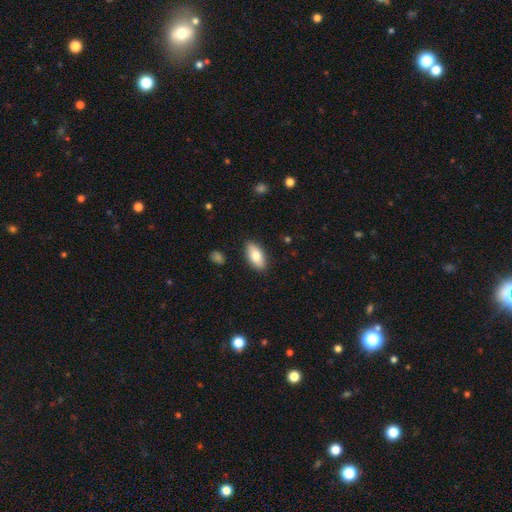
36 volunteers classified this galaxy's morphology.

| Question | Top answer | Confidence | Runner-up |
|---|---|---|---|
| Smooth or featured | smooth | 89% | featured or disk (8%) |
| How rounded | in between | 84% | cigar-shaped (12%) |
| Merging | none | 94% | minor disturbance (3%) |